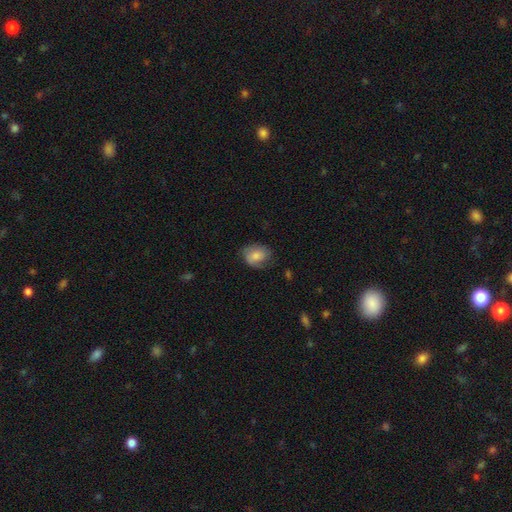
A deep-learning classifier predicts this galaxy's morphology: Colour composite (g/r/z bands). It shows a smooth galaxy with no disk features (71%) that is in between round and cigar-shaped (54%). Merging: none (65%).